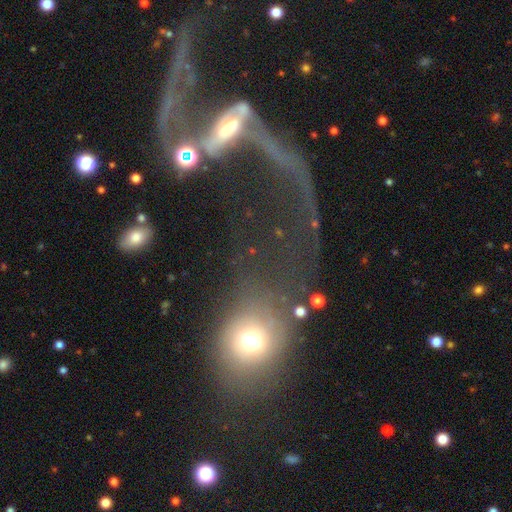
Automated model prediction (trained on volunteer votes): smooth_or_featured: featured or disk (p=0.52) [alt: smooth p=0.34]
disk_edge_on: no (p=0.91) [alt: yes p=0.09]
merging: major disturbance (p=0.33) [alt: merger p=0.28]